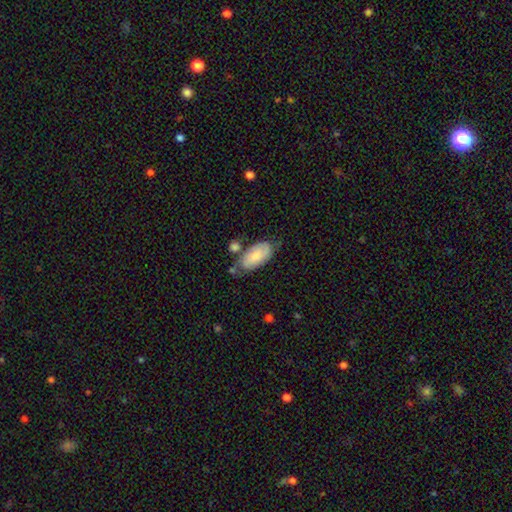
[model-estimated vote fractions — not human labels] A smooth galaxy with no disk features (69%) that is in between round and cigar-shaped (92%). Merging: none (53%).